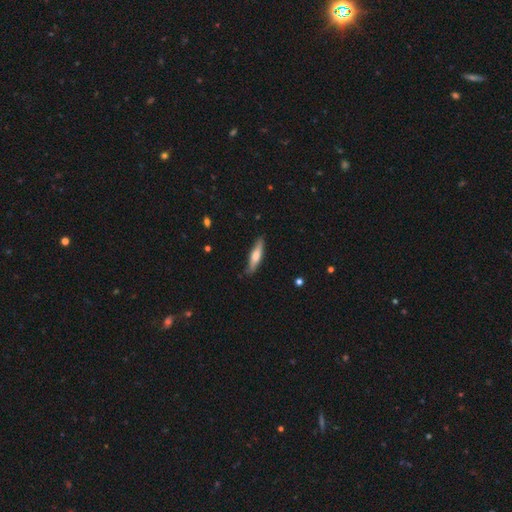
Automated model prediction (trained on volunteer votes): A smooth galaxy with no disk features (57%) that is cigar-shaped (76%).

Vote fractions:
- Smooth or featured? smooth: 57% / featured or disk: 38% / star or artifact: 5%
- How rounded? cigar-shaped: 76% / in between: 22% / round: 2%
- Merging? none: 82% / minor disturbance: 14% / major disturbance: 2% / merger: 1%